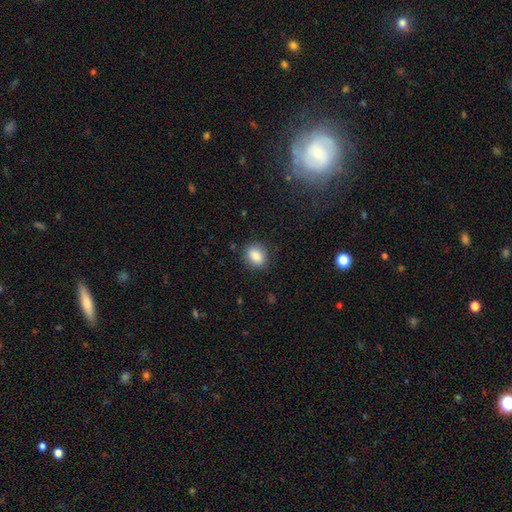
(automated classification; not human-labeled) smooth-or-featured: smooth: 86% | star or artifact: 9% | featured or disk: 5%
  how-rounded: in between: 58% | round: 41% | cigar-shaped: 1%
  merging: none: 84% | minor disturbance: 11% | major disturbance: 3% | merger: 1%